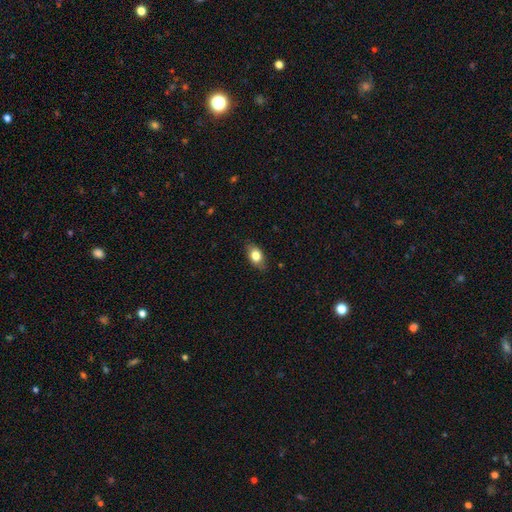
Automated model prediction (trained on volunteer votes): Smooth or featured? Predicted: smooth (p=0.80). How rounded? Predicted: in between (p=0.85). Merging? Predicted: none (p=0.83).